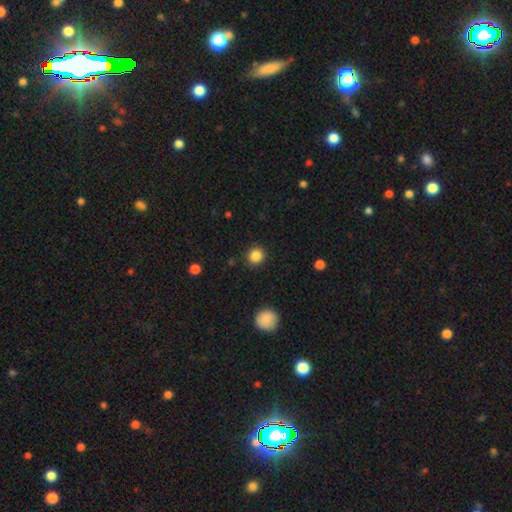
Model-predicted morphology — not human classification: type=smooth (86%); roundness=round (88%); merging=none (91%).